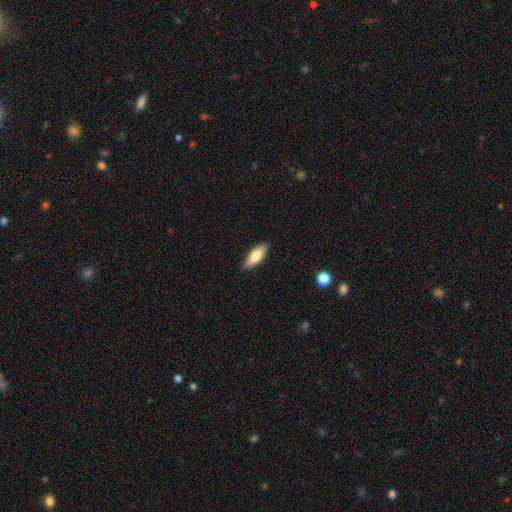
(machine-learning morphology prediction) A smooth galaxy with no disk features (77%) that is in between round and cigar-shaped (67%).

Vote fractions:
- Smooth or featured? smooth: 77% / featured or disk: 17% / star or artifact: 6%
- How rounded? in between: 67% / cigar-shaped: 31% / round: 2%
- Merging? none: 87% / minor disturbance: 10% / major disturbance: 2% / merger: 1%